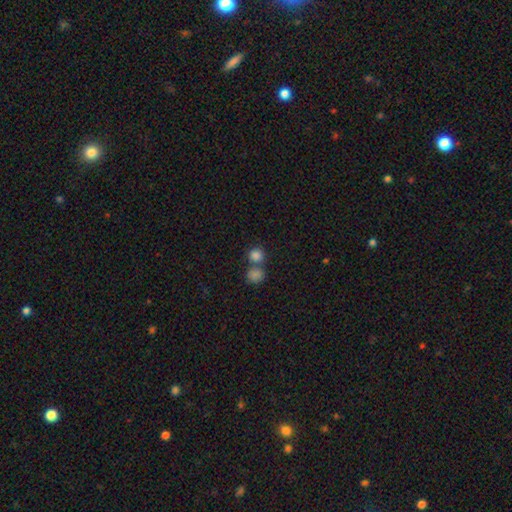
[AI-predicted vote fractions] A smooth galaxy with no disk features (84%) that is round (86%). Merging: none (51%).